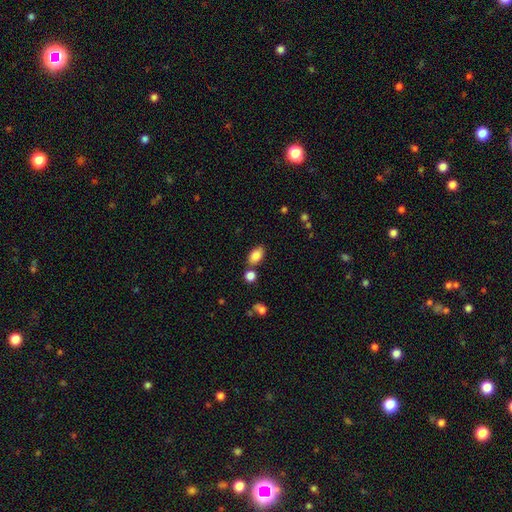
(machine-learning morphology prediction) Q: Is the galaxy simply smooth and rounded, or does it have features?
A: smooth — 85%.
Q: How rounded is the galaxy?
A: in between — 90%.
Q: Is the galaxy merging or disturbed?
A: none — 72%.